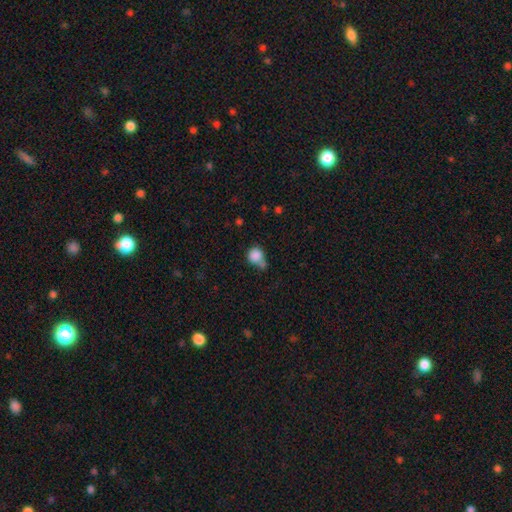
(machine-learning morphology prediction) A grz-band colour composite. It shows a smooth galaxy with no disk features (84%) that is round (82%). Merging: none (42%).